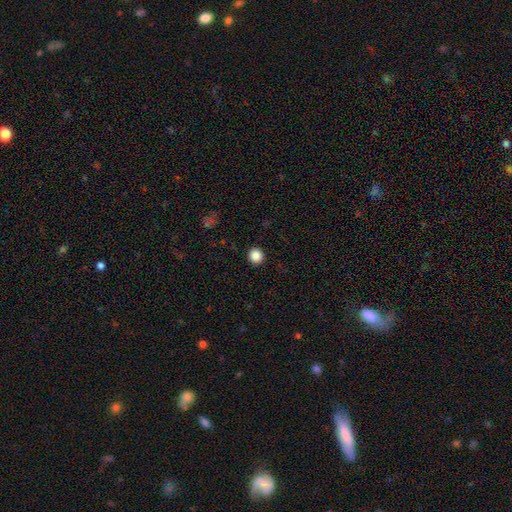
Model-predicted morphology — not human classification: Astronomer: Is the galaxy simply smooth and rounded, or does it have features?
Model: smooth — 87%.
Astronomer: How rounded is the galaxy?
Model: round — 93%.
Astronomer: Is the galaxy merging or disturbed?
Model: none — 93%.